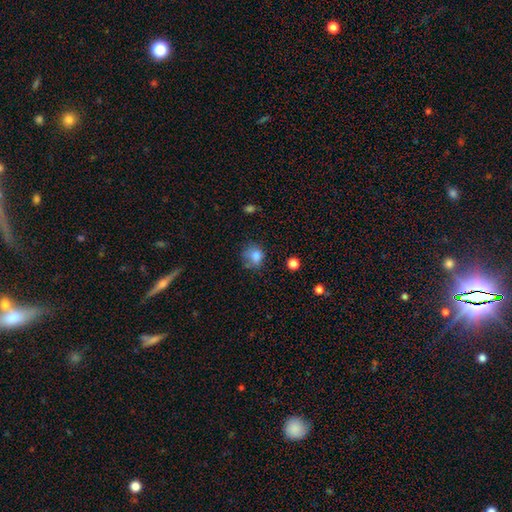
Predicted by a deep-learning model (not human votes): This is likely a smooth galaxy (80%). How rounded: likely round (68%). Merging: possibly none (52%).